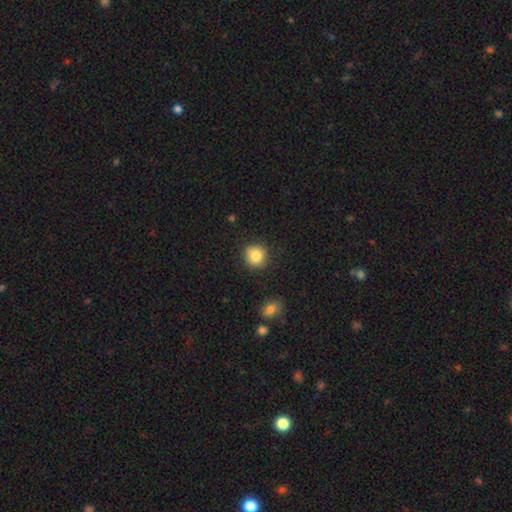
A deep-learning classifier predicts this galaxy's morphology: A smooth galaxy with no disk features (84%) that is round (90%). Merging: none (85%).